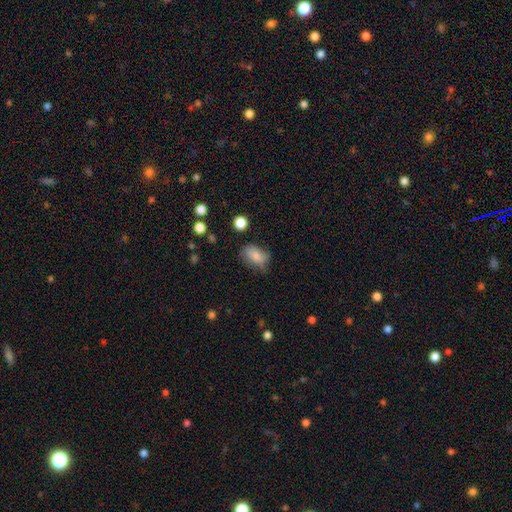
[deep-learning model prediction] Morphology: type=smooth (77%); roundness=in between (81%); merging=none (58%).